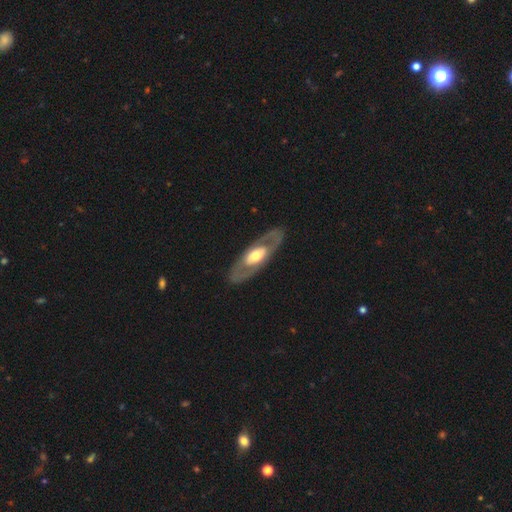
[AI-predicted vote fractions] Overall: featured or disk (66%; smooth 30%). Edge-on disk: no (82%). Bar: no (72%). Spiral arms: no (75%). Bulge size: moderate (60%; large 26%). Merging: none (84%).